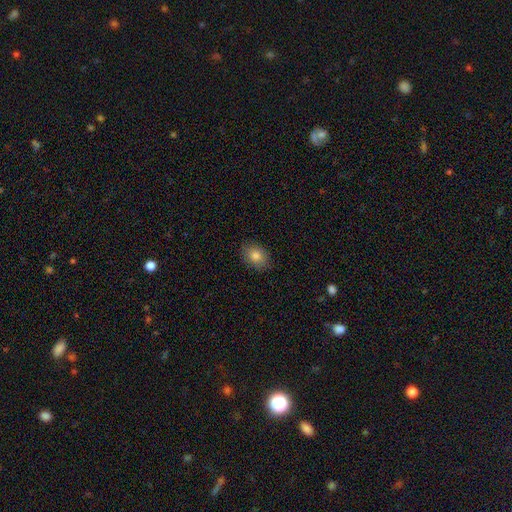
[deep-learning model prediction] Smooth or featured? Predicted: smooth (p=0.82). How rounded? Predicted: in between (p=0.71). Merging? Predicted: none (p=0.86).